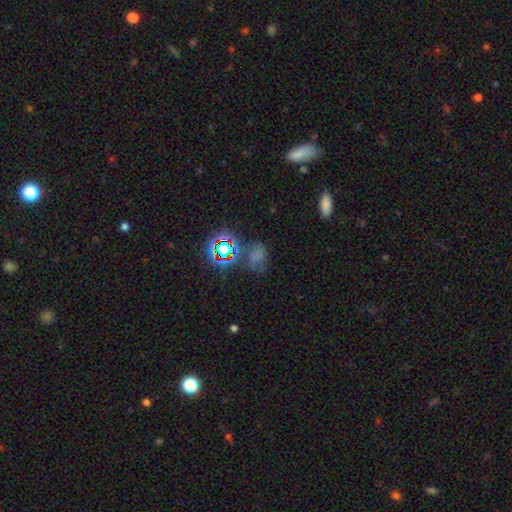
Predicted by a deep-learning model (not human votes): Smooth or featured? Predicted: smooth (p=0.46). Merging? Predicted: none (p=0.50).